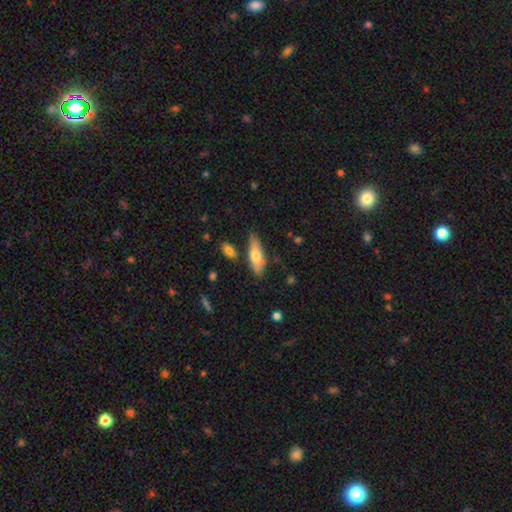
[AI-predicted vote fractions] smooth-or-featured: smooth: 65% | featured or disk: 29% | star or artifact: 6%
  how-rounded: in between: 60% | cigar-shaped: 38% | round: 3%
  merging: none: 72% | minor disturbance: 18% | merger: 6% | major disturbance: 4%